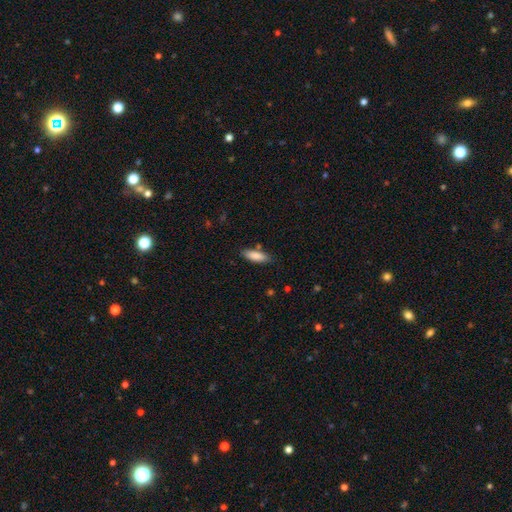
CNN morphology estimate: Smooth or featured: smooth — 86% (featured or disk — 8%)
How rounded: in between — 61% (cigar-shaped — 37%)
Merging: none — 80% (minor disturbance — 13%)